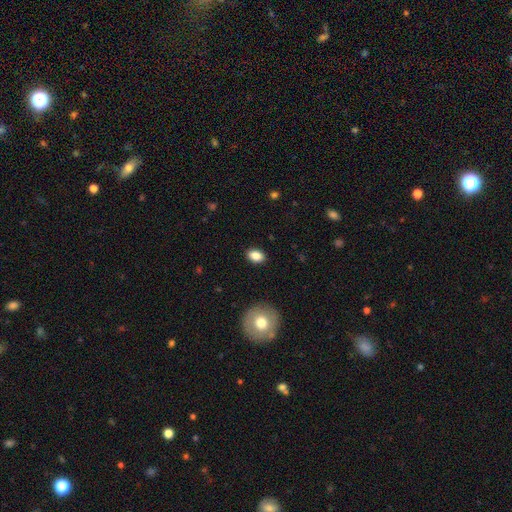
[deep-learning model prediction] A smooth galaxy with no disk features (85%) that is in between round and cigar-shaped (82%).

Vote fractions:
- Smooth or featured? smooth: 85% / star or artifact: 8% / featured or disk: 6%
- How rounded? in between: 82% / round: 17% / cigar-shaped: 2%
- Merging? none: 89% / minor disturbance: 8% / major disturbance: 2% / merger: 1%